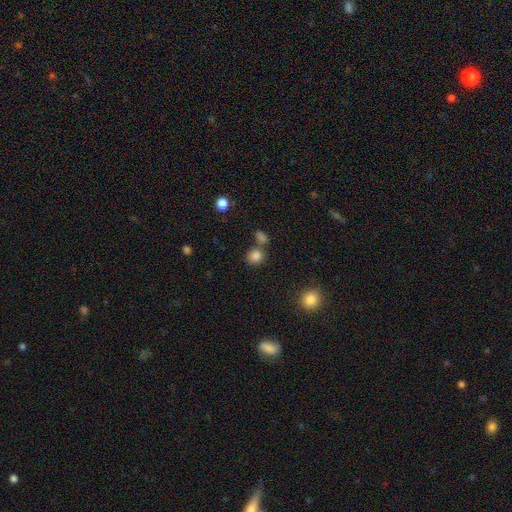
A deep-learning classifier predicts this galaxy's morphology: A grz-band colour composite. It shows a smooth galaxy with no disk features (83%) that is round (79%). Merging: none (64%).